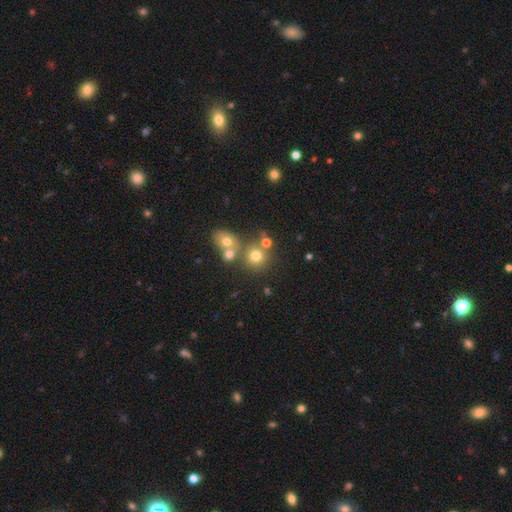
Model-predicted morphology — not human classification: Smooth or featured? smooth (70%)
How rounded? round (85%)
Merging? none (58%)